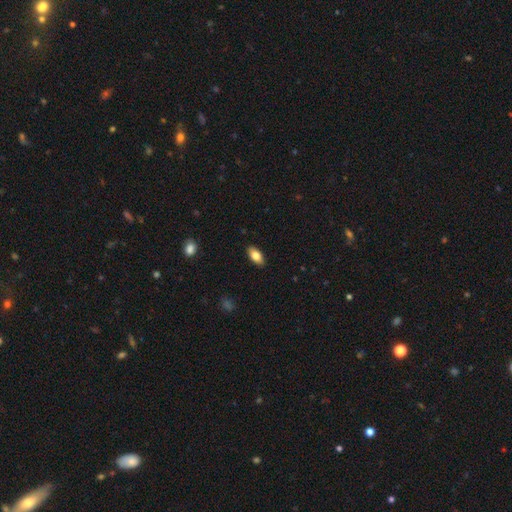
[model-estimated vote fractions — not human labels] Overall: smooth (79%). How rounded: in between (89%). Merging: none (89%).